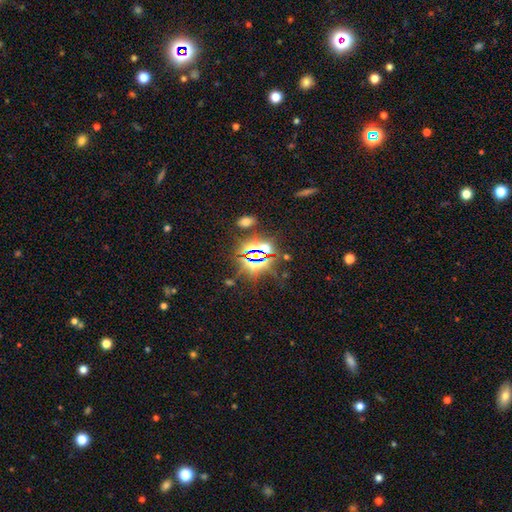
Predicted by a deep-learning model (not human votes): This appears to be a star or artifact, not a galaxy (76%).